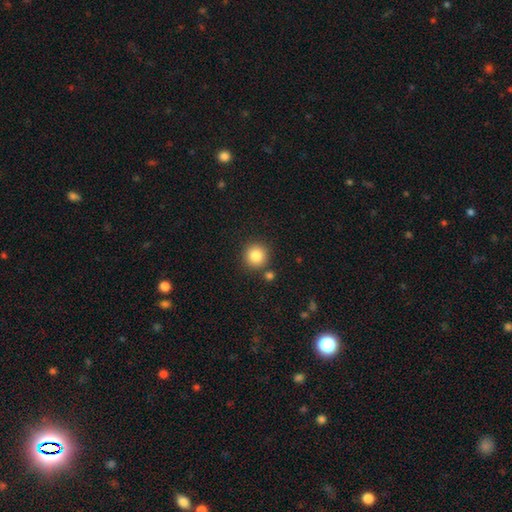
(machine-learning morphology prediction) Smooth or featured? smooth (84%)
How rounded? round (94%)
Merging? none (84%)